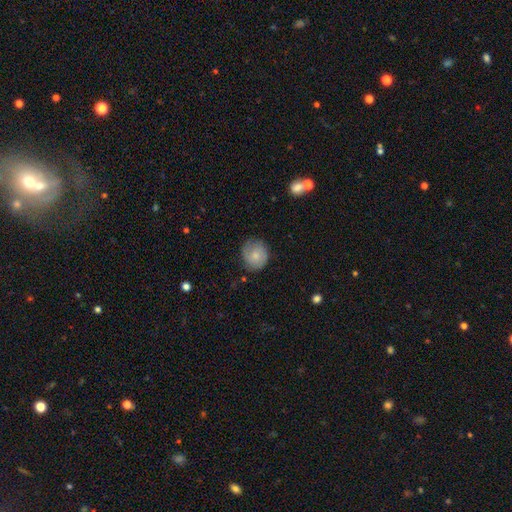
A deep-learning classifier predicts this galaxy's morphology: A smooth galaxy with no disk features (74%) that is round (84%). Merging: none (73%).